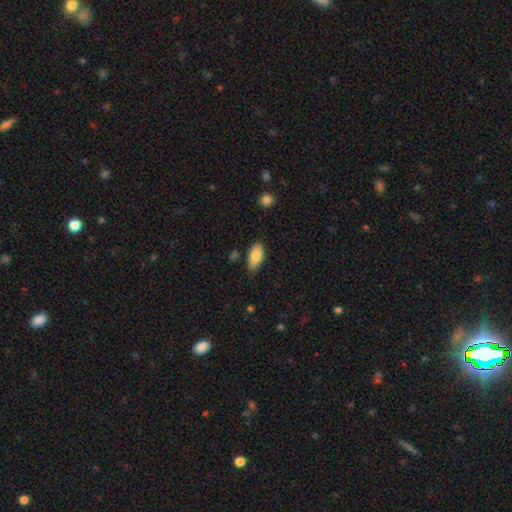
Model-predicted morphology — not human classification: Smooth or featured?
  - smooth: 83% *
  - featured or disk: 10%
  - star or artifact: 7%
How rounded?
  - in between: 88% *
  - cigar-shaped: 10%
  - round: 2%
Merging?
  - none: 80% *
  - minor disturbance: 15%
  - major disturbance: 3%
  - merger: 2%